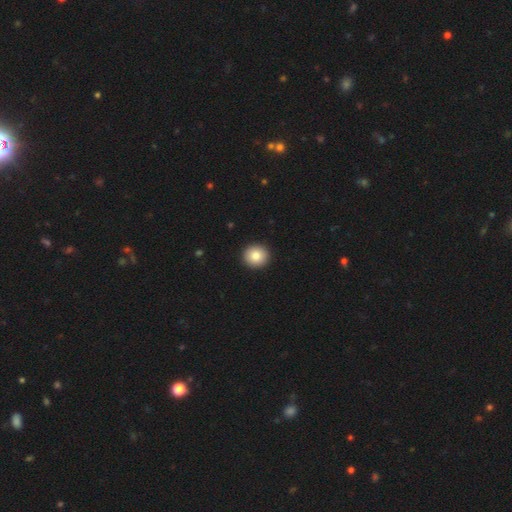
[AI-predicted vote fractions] Overall: smooth (84%). How rounded: round (93%). Merging: none (94%).